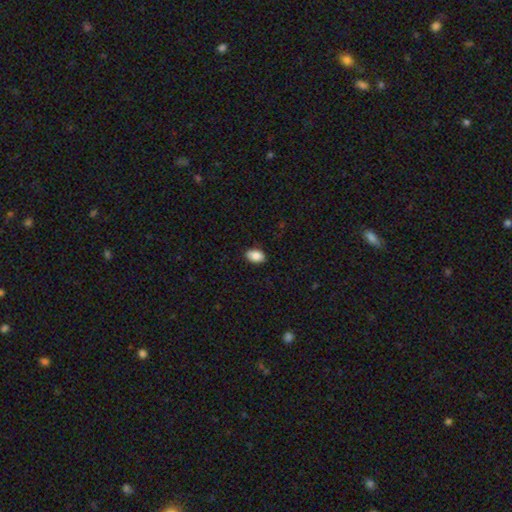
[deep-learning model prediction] smooth_or_featured: smooth (p=0.88) [alt: star or artifact p=0.07]
how_rounded: in between (p=0.89) [alt: round p=0.10]
merging: none (p=0.87) [alt: minor disturbance p=0.10]